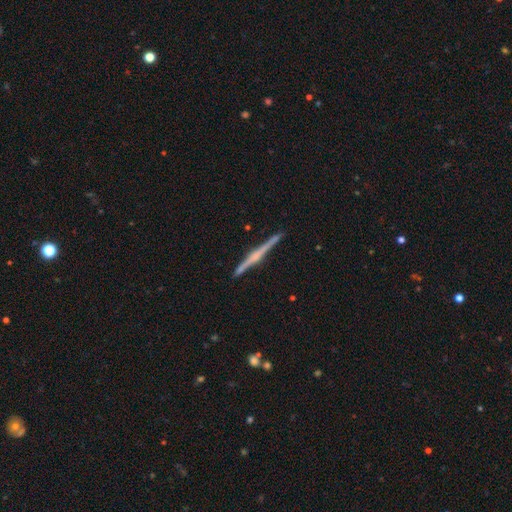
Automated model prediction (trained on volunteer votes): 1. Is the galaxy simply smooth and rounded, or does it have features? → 78% featured or disk, 17% smooth, 5% star or artifact.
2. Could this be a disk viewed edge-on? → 99% yes, 1% no.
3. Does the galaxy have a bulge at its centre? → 56% rounded, 23% none, 21% boxy.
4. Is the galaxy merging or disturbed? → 91% none, 6% minor disturbance, 1% merger, 1% major disturbance.